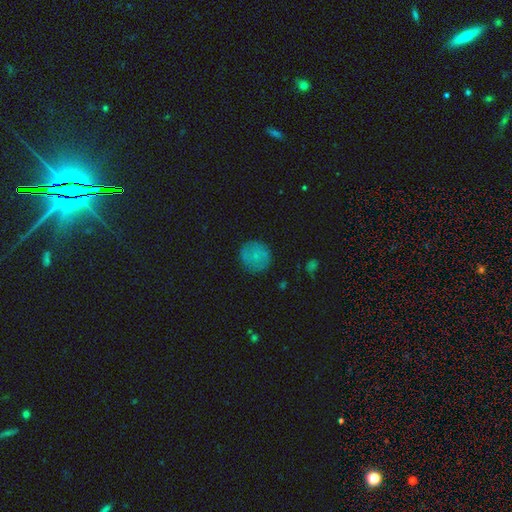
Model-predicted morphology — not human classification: type=smooth (71%); roundness=round (92%); merging=none (83%).